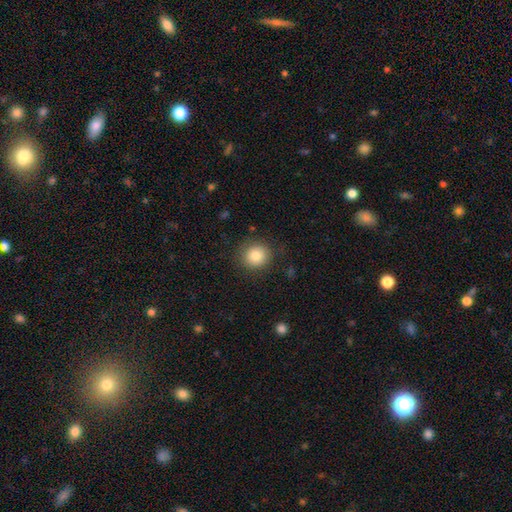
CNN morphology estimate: Smooth or featured? Predicted: smooth (p=0.83). How rounded? Predicted: round (p=0.88). Merging? Predicted: none (p=0.85).